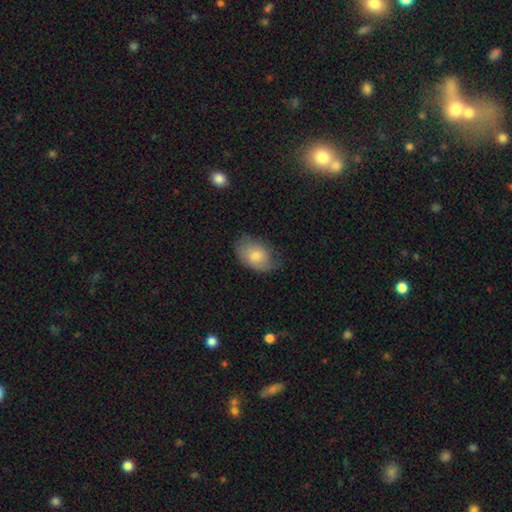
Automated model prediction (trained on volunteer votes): This appears to be a smooth galaxy with no disk features (72%) that is in between round and cigar-shaped (83%). Merging: none (64%).